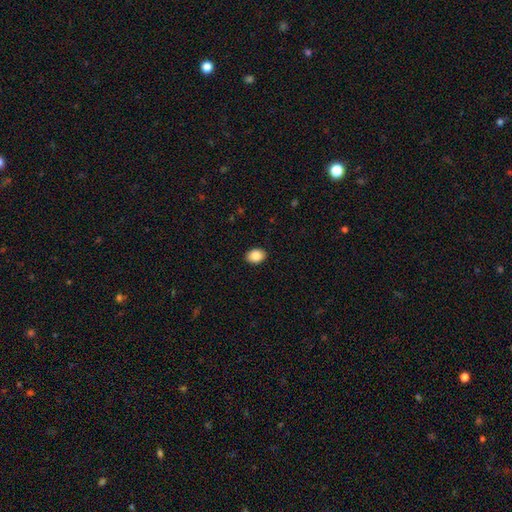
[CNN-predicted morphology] type=smooth (87%); roundness=in between (75%); merging=none (90%).